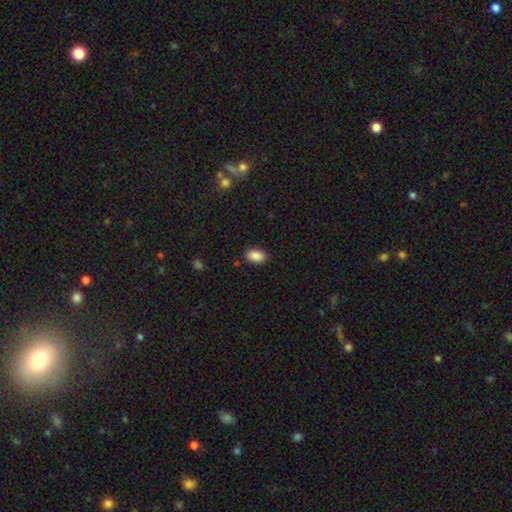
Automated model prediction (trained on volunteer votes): This is clearly a smooth galaxy (89%). How rounded: clearly in between (89%). Merging: clearly none (88%).